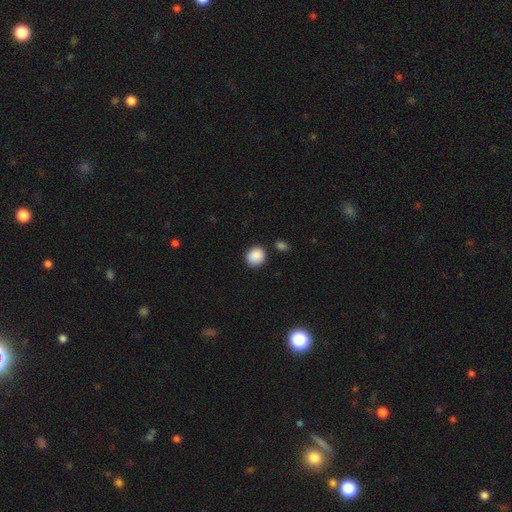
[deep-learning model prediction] smooth 89%, star or artifact 8%, featured or disk 3%. Down the decision tree: how rounded — round (73%); merging — none (83%).